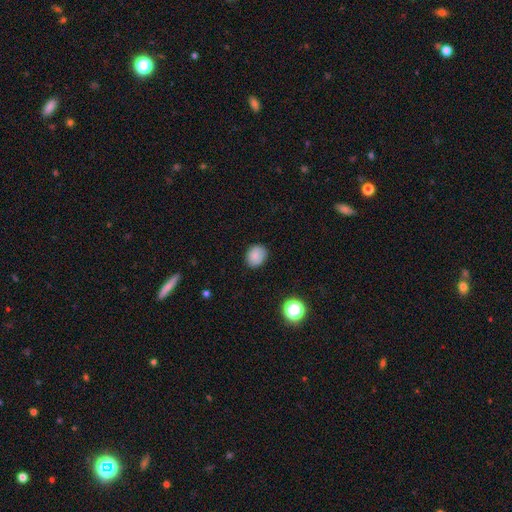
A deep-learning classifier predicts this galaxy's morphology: type=smooth (83%); roundness=round (60%); merging=none (84%).